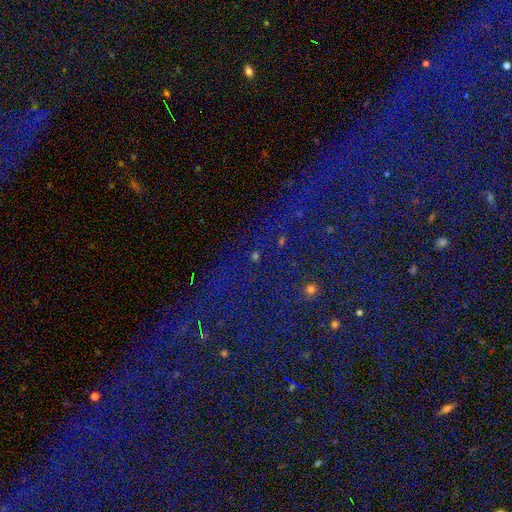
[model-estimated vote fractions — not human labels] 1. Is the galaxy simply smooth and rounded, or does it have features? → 82% star or artifact, 9% smooth, 9% featured or disk.